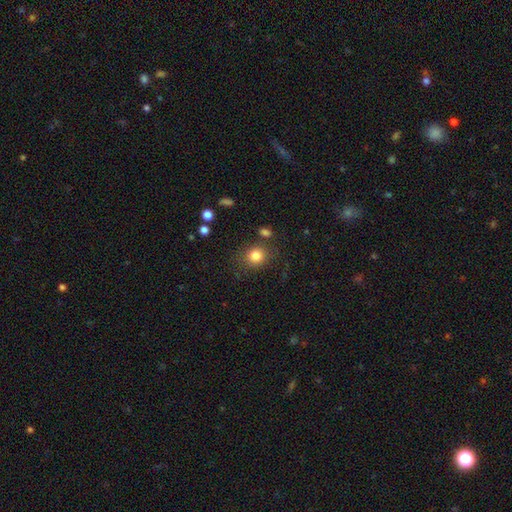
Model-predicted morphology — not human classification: A smooth galaxy with no disk features (82%) that is round (78%).

Vote fractions:
- Smooth or featured? smooth: 82% / star or artifact: 11% / featured or disk: 6%
- How rounded? round: 78% / in between: 21% / cigar-shaped: 1%
- Merging? none: 79% / minor disturbance: 11% / merger: 5% / major disturbance: 4%